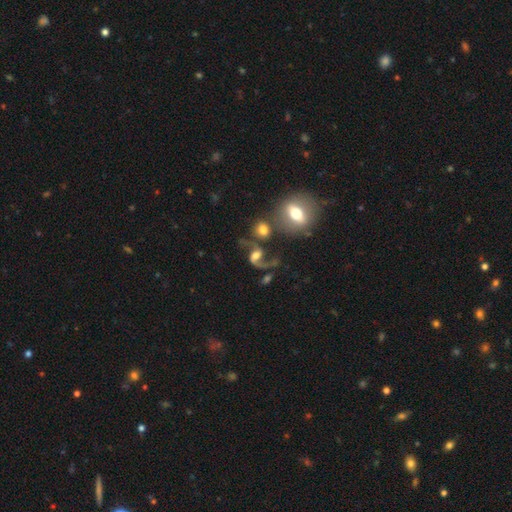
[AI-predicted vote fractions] A featured or disk galaxy (85%) with a weak bar (41%), 2 (90%) loose (76%) spiral arms (95%) and a moderate central bulge (49%).

Vote fractions:
- Smooth or featured? featured or disk: 85% / smooth: 8% / star or artifact: 7%
- Edge-on disk? no: 97% / yes: 3%
- Bar? weak: 41% / no: 38% / strong: 21%
- Spiral arms? yes: 95% / no: 5%
- Spiral winding? loose: 76% / medium: 21% / tight: 4%
- Spiral arm count? 2: 90% / 1: 6% / can't tell: 1% / 3: 1% / 4: 1% / more than 4: 1%
- Bulge size? moderate: 49% / large: 21% / small: 19% / none: 8% / dominant: 3%
- Merging? none: 56% / major disturbance: 16% / merger: 14% / minor disturbance: 14%